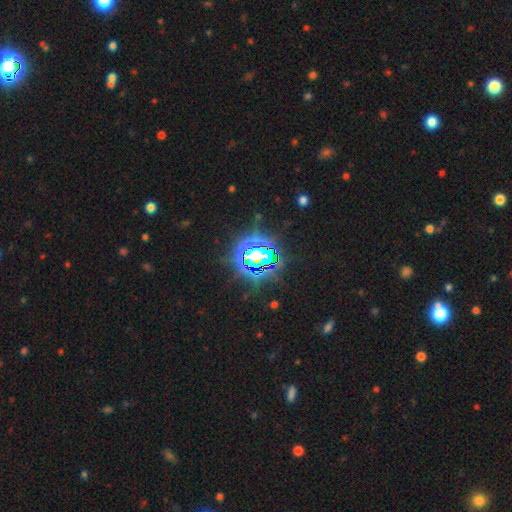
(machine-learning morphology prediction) star or artifact 79%, smooth 12%, featured or disk 10%.